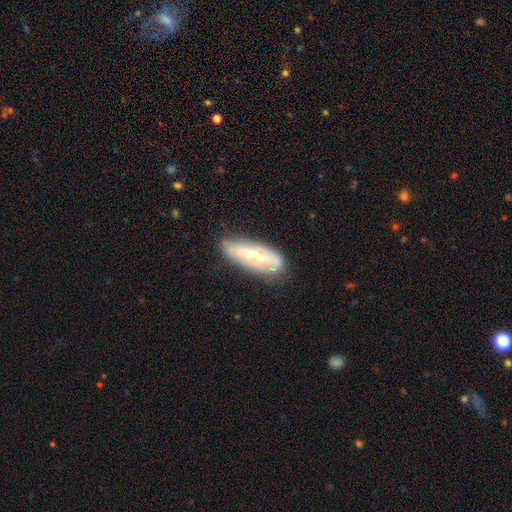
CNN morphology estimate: Smooth or featured? featured or disk (48%)
Merging? none (65%)